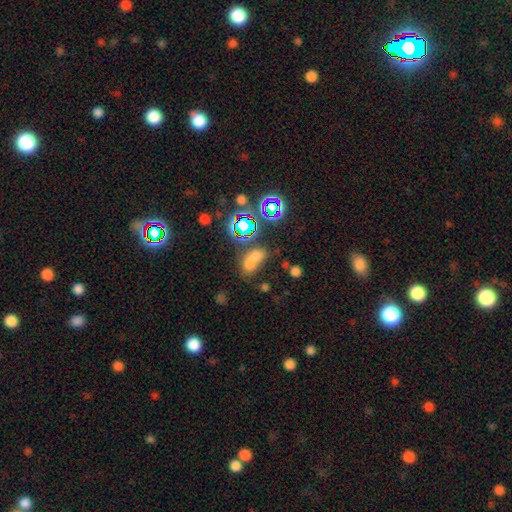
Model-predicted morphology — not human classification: Overall: smooth (58%; star or artifact 29%). How rounded: in between (67%; round 30%). Merging: merger (50%; none 33%).